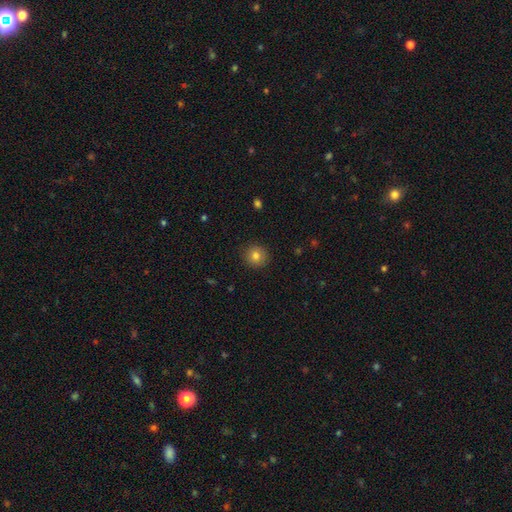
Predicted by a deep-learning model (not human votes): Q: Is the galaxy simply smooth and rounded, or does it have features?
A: smooth — 81%.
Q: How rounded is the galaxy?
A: round — 93%.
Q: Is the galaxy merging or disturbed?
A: none — 91%.